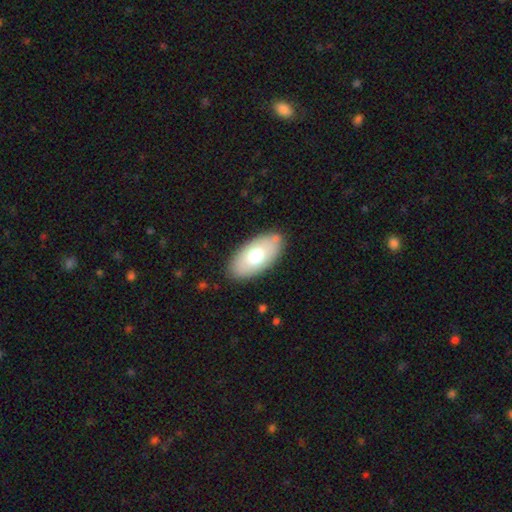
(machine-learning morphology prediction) Smooth or featured? smooth (69%)
How rounded? in between (93%)
Merging? none (83%)